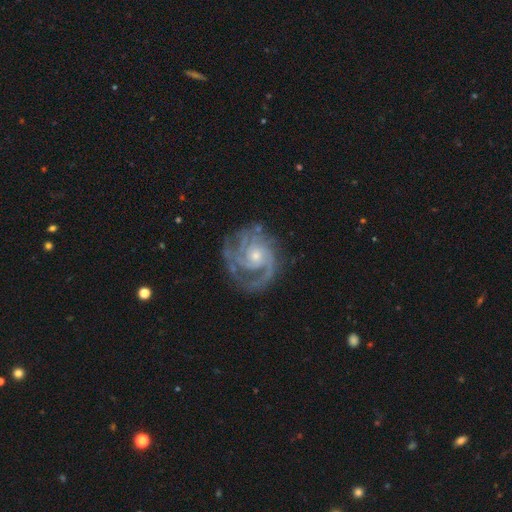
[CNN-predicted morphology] type=featured or disk (91%); edge-on=no (98%); bar=no (71%); spiral arms=yes (98%); winding=tight (62%); arm count=2 (33%); bulge=small (61%); merging=none (73%).